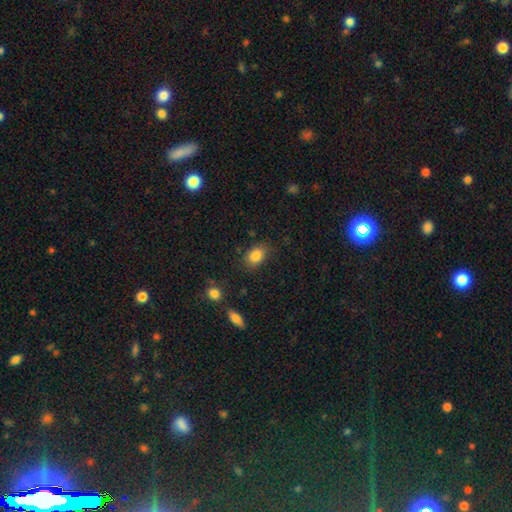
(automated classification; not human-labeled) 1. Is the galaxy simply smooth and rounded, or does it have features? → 85% smooth, 9% star or artifact, 6% featured or disk.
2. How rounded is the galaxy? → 74% in between, 25% round, 1% cigar-shaped.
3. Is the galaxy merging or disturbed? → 77% none, 17% minor disturbance, 4% major disturbance, 2% merger.